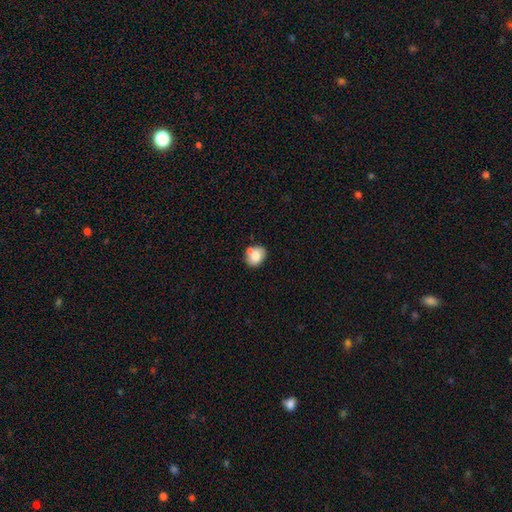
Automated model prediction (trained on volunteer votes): Smooth or featured? smooth (77%)
How rounded? round (56%)
Merging? none (56%)